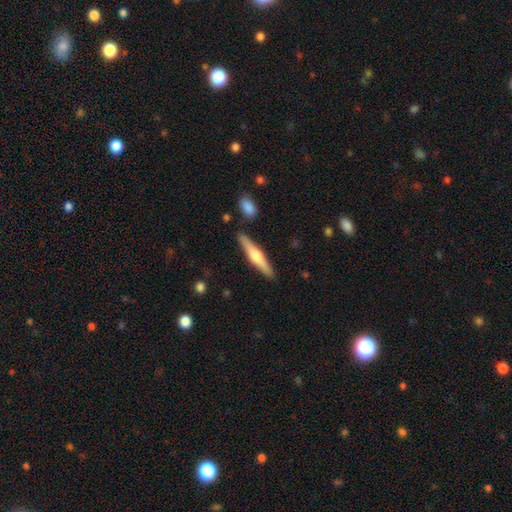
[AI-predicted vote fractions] smooth_or_featured: featured or disk (p=0.56) [alt: smooth p=0.38]
disk_edge_on: yes (p=0.97) [alt: no p=0.03]
edge_on_bulge: rounded (p=0.87) [alt: boxy p=0.08]
merging: none (p=0.87) [alt: minor disturbance p=0.08]